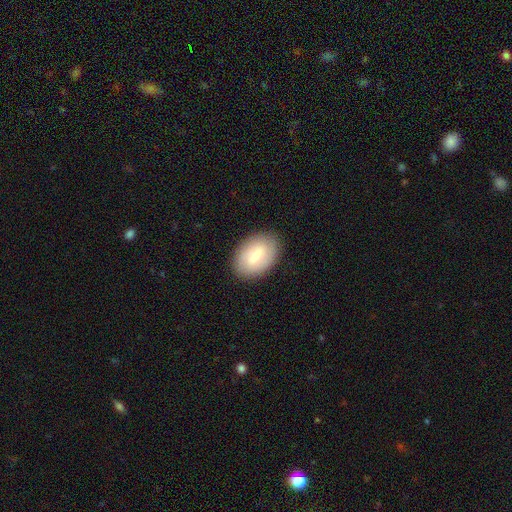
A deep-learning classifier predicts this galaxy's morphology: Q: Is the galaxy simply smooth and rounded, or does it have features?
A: smooth — 72%.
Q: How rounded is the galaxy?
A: in between — 87%.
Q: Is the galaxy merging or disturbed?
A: none — 87%.